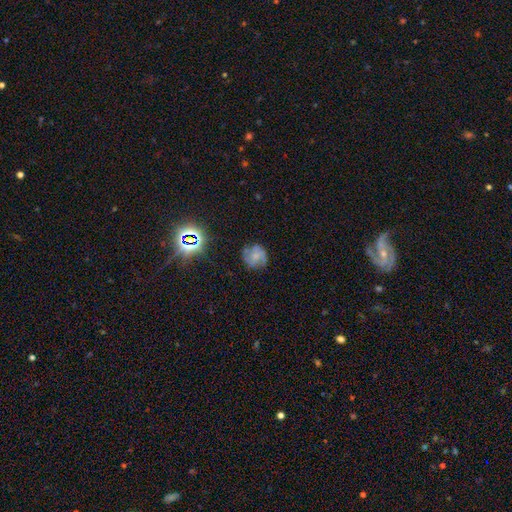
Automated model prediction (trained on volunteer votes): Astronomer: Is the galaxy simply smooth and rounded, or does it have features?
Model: smooth — 45% (runner-up: featured or disk, 39%).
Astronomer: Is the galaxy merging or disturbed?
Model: none — 69%.